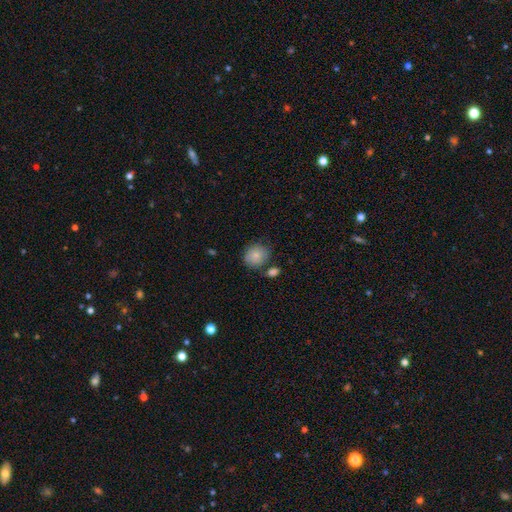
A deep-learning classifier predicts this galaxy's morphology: Smooth or featured: smooth — 83% (featured or disk — 9%)
How rounded: round — 75% (in between — 24%)
Merging: none — 66% (minor disturbance — 18%)